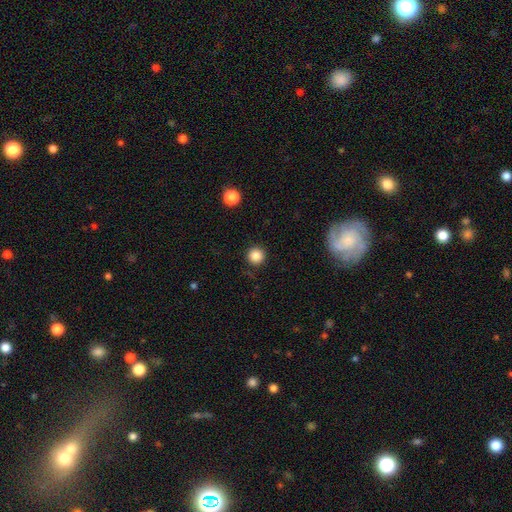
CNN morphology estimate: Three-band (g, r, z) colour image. It shows a smooth galaxy with no disk features (85%) that is round (96%). Merging: none (90%).